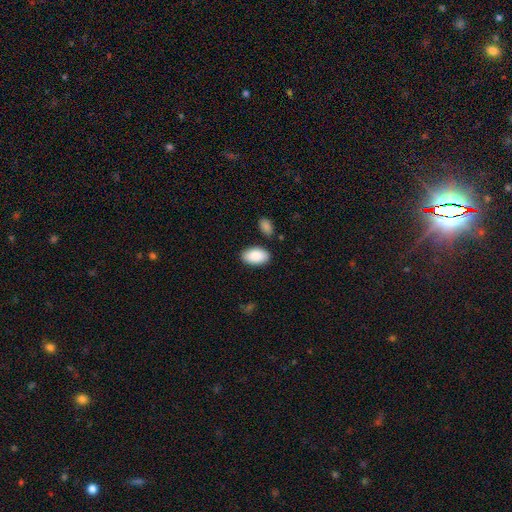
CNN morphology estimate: smooth-or-featured: smooth: 90% | star or artifact: 6% | featured or disk: 5%
  how-rounded: in between: 95% | round: 3% | cigar-shaped: 1%
  merging: none: 83% | minor disturbance: 10% | merger: 4% | major disturbance: 3%